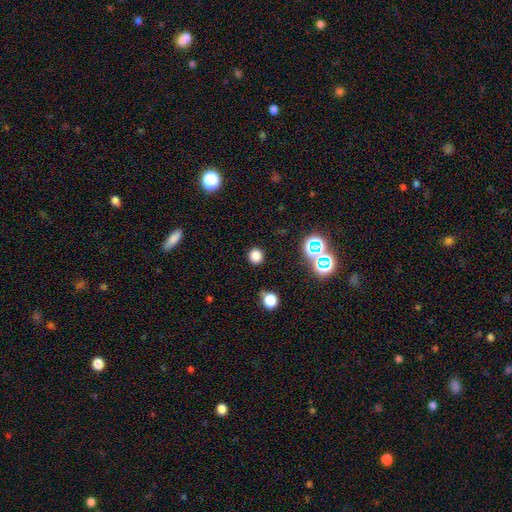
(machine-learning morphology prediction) This is likely a smooth galaxy (78%). How rounded: clearly round (89%). Merging: clearly none (89%).